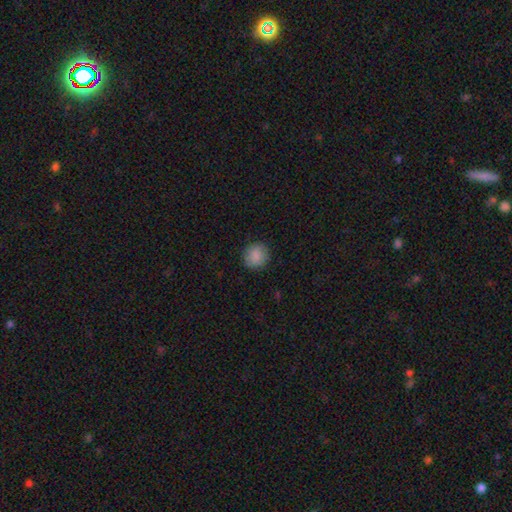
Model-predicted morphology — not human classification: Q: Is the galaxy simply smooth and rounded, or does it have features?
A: smooth — 88%.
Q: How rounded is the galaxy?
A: round — 90%.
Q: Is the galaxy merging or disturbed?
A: none — 89%.